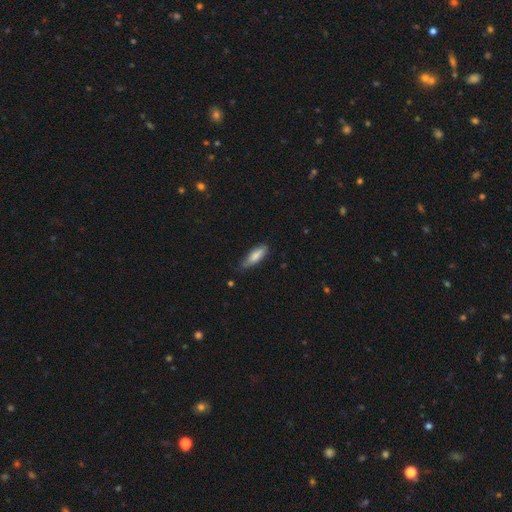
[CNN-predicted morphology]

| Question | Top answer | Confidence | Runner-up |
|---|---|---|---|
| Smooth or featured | smooth | 78% | featured or disk (16%) |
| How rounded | in between | 55% | cigar-shaped (44%) |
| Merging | none | 58% | minor disturbance (34%) |